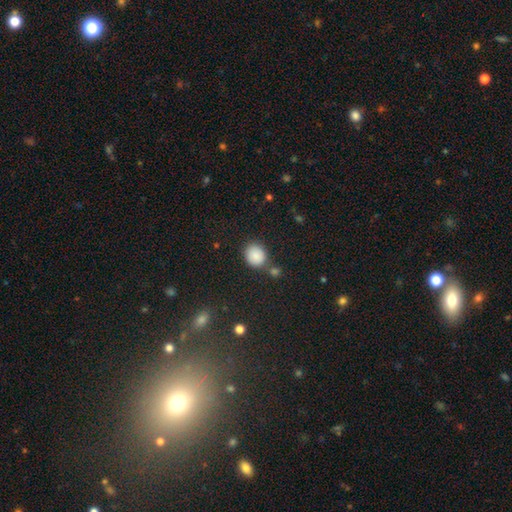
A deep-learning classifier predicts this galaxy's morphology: Smooth or featured? Predicted: smooth (p=0.87). How rounded? Predicted: round (p=0.74). Merging? Predicted: none (p=0.73).